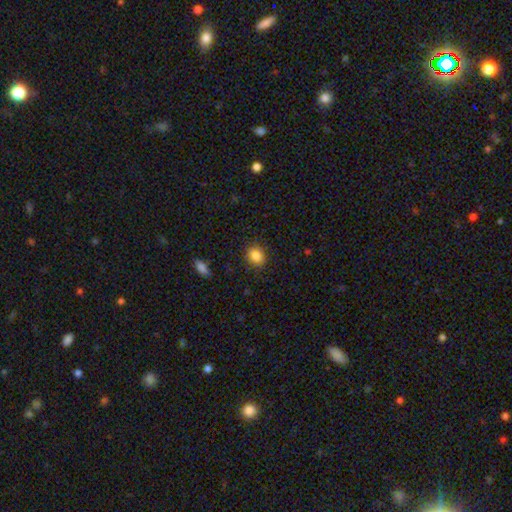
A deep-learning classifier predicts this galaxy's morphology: type=smooth (85%); roundness=round (65%); merging=none (86%).